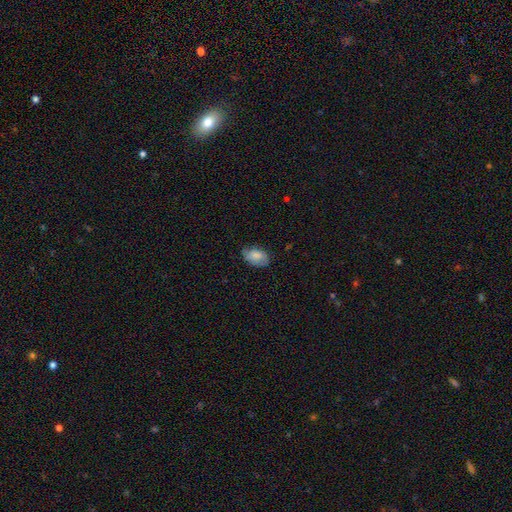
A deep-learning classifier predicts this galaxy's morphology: Q: Smooth or featured?
A: smooth (76%); runner-up: featured or disk (17%)
Q: How rounded?
A: in between (89%); runner-up: round (10%)
Q: Merging?
A: none (68%); runner-up: minor disturbance (25%)